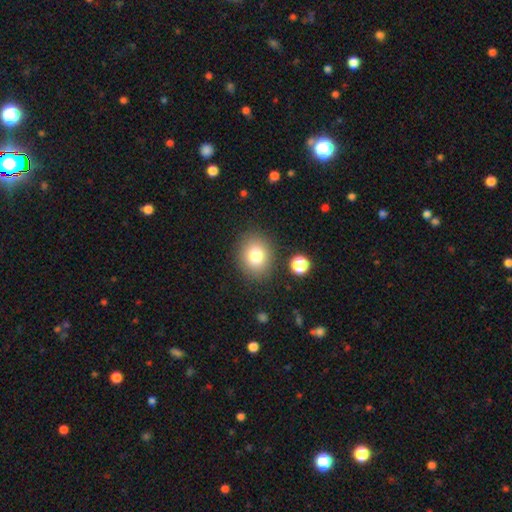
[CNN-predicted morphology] smooth_or_featured: smooth (p=0.79) [alt: star or artifact p=0.12]
how_rounded: round (p=0.67) [alt: in between p=0.32]
merging: none (p=0.85) [alt: minor disturbance p=0.09]